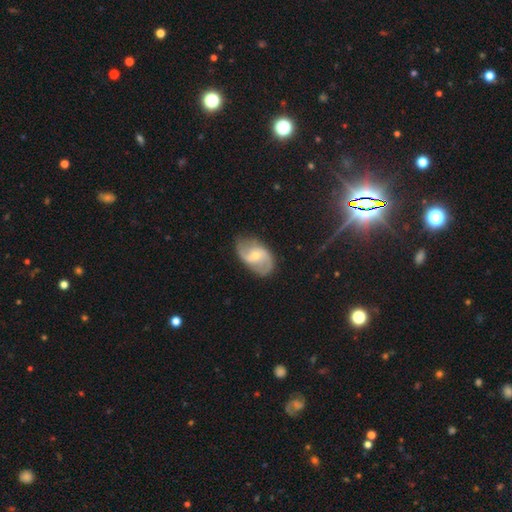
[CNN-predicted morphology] This is likely a featured or disk galaxy (78%). It is clearly not viewed edge-on (97%). Bar: marginally weak (45%). Spiral arm pattern: clearly yes (93%). Spiral arm count: clearly 2 (88%). Spiral winding: marginally medium (45%). Central bulge: possibly small (54%). Merging: likely none (77%).